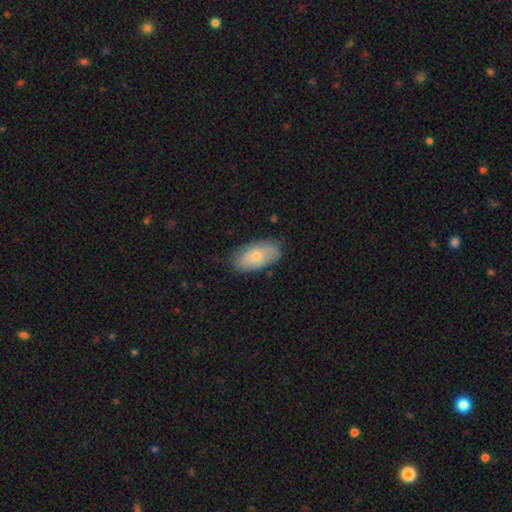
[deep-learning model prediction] This is likely a smooth galaxy (64%). How rounded: clearly in between (93%). Merging: likely none (75%).